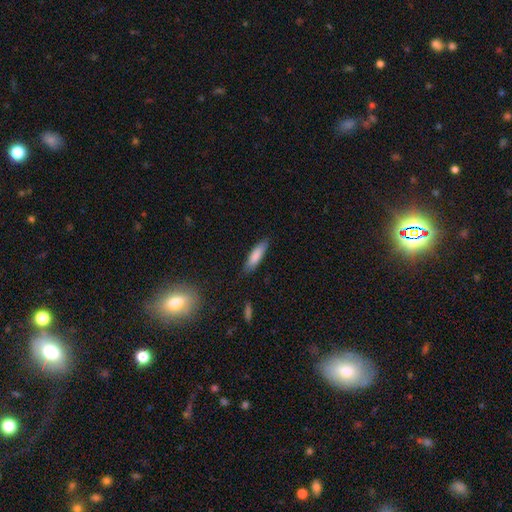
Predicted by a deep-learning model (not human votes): A smooth galaxy with no disk features (83%) that is cigar-shaped (63%). Merging: none (83%).